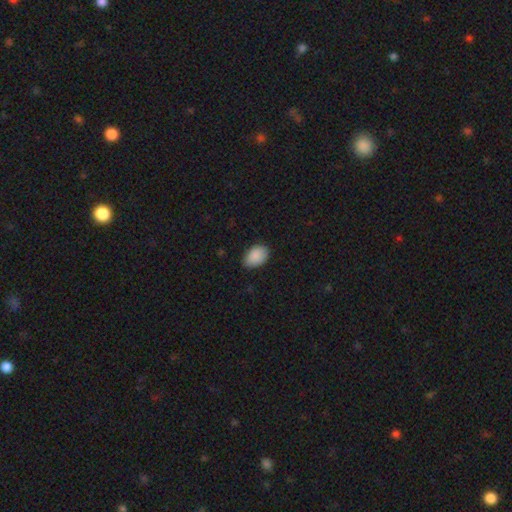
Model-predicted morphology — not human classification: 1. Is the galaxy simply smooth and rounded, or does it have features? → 89% smooth, 7% star or artifact, 4% featured or disk.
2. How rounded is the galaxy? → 85% in between, 14% round, 1% cigar-shaped.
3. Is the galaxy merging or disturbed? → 77% none, 19% minor disturbance, 3% major disturbance, 1% merger.